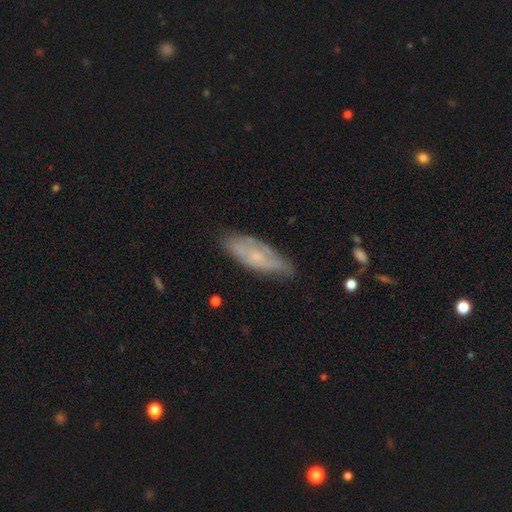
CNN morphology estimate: Smooth or featured?
  - featured or disk: 51% *
  - smooth: 42%
  - star or artifact: 7%
Edge-on disk?
  - no: 79% *
  - yes: 21%
Merging?
  - none: 68% *
  - minor disturbance: 25%
  - major disturbance: 6%
  - merger: 2%